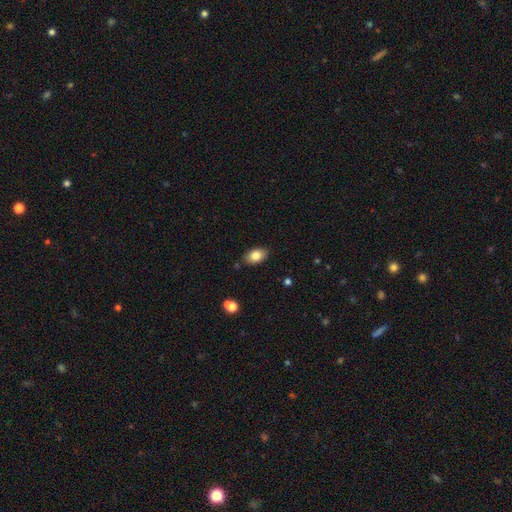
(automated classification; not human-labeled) This appears to be a smooth galaxy with no disk features (82%) that is in between round and cigar-shaped (89%). Merging: none (85%).